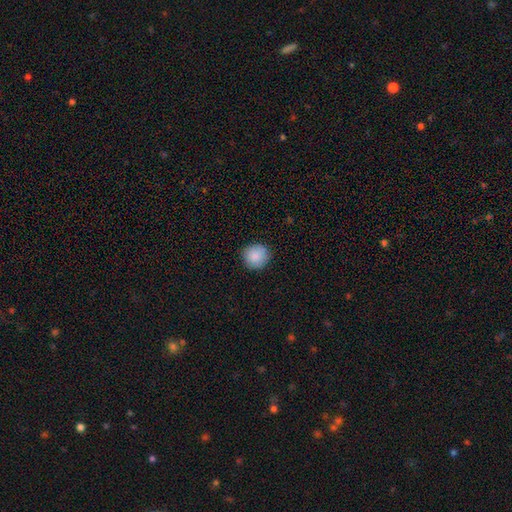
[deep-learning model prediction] The model was most divided on "smooth or featured": smooth: 88%, star or artifact: 8%, featured or disk: 4%. More confident: how rounded — round (92%); merging — none (89%).